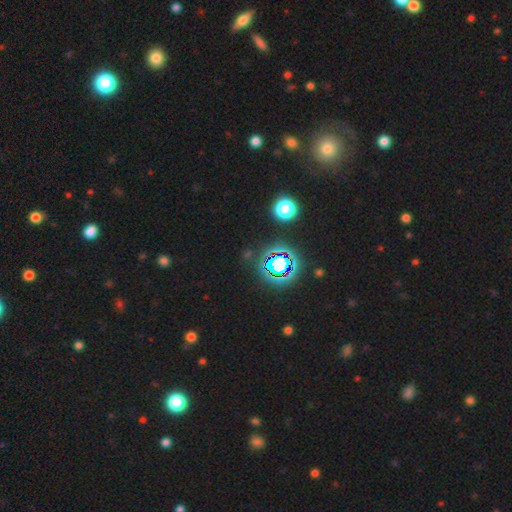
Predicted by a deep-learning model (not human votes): smooth_or_featured: star or artifact (p=0.78) [alt: smooth p=0.15]